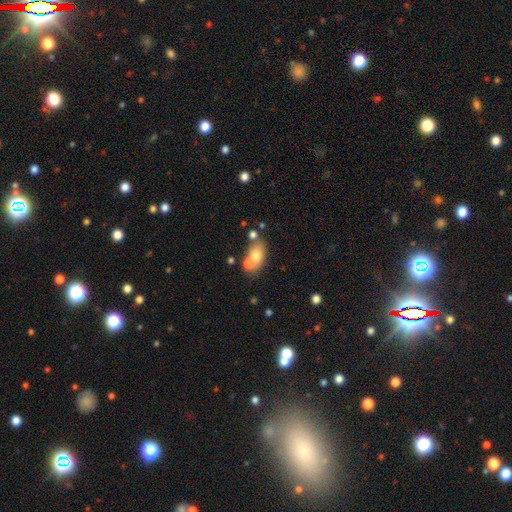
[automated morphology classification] Smooth or featured? smooth (69%)
How rounded? in between (75%)
Merging? none (50%)